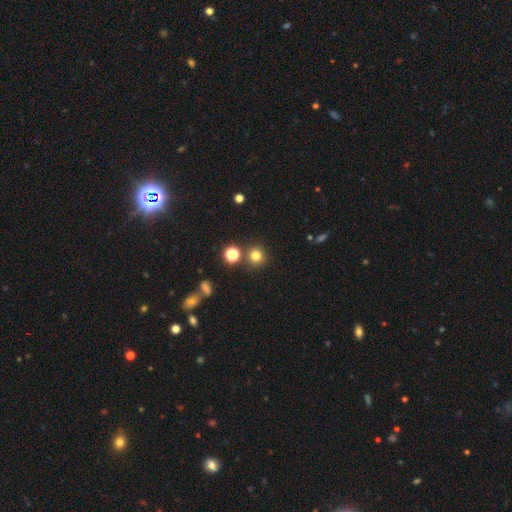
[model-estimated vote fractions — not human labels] Smooth or featured? Predicted: smooth (p=0.78). How rounded? Predicted: round (p=0.92). Merging? Predicted: none (p=0.83).